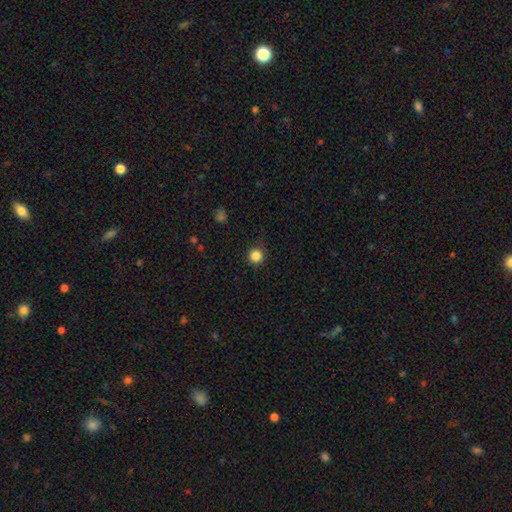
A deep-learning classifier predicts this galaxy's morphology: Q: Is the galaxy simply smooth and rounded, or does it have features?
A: smooth — 85%.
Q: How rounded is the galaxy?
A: round — 95%.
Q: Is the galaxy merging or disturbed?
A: none — 85%.